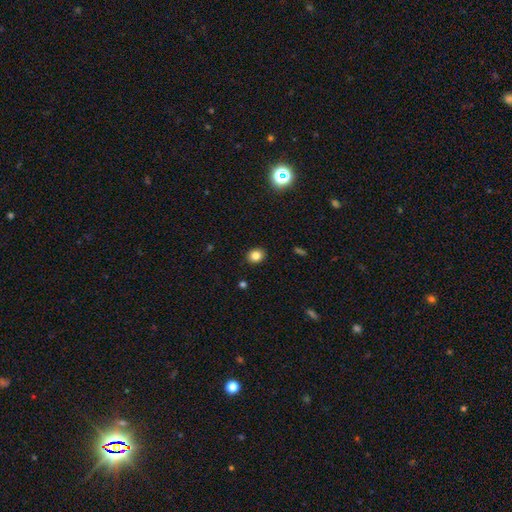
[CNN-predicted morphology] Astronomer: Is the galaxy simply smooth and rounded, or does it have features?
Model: smooth — 82%.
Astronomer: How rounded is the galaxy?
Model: round — 66%.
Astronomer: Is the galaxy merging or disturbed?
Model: none — 90%.